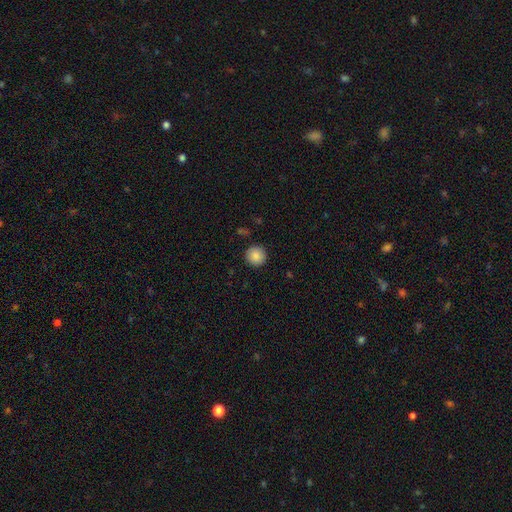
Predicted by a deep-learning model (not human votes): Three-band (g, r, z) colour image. It shows a smooth galaxy with no disk features (87%) that is round (95%). Merging: none (91%).